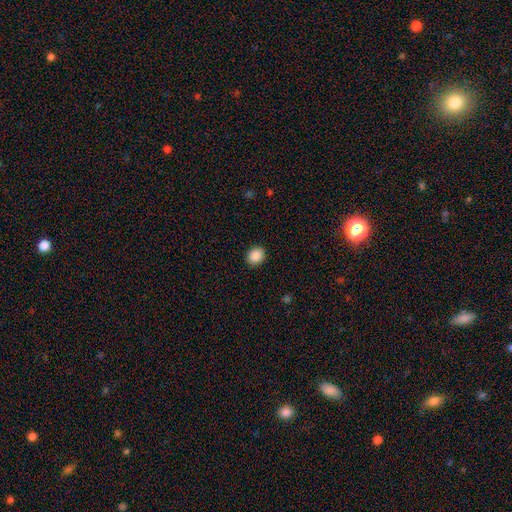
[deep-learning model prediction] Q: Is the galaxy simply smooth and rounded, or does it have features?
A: smooth — 89%.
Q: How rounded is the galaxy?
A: round — 58%.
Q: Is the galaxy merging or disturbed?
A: none — 91%.